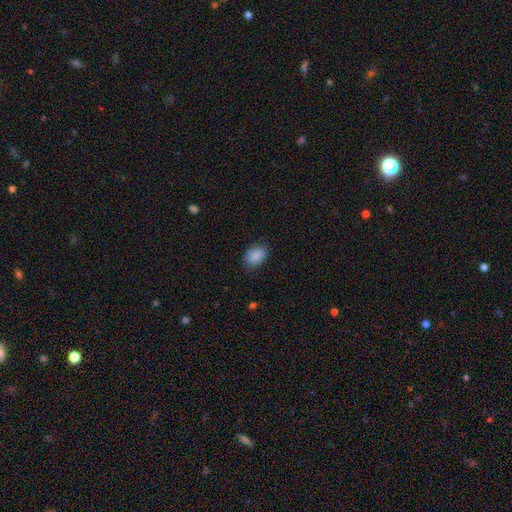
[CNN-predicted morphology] The model was most divided on "how rounded": in between: 72%, round: 27%, cigar-shaped: 1%. More confident: smooth or featured — smooth (88%); merging — none (78%).